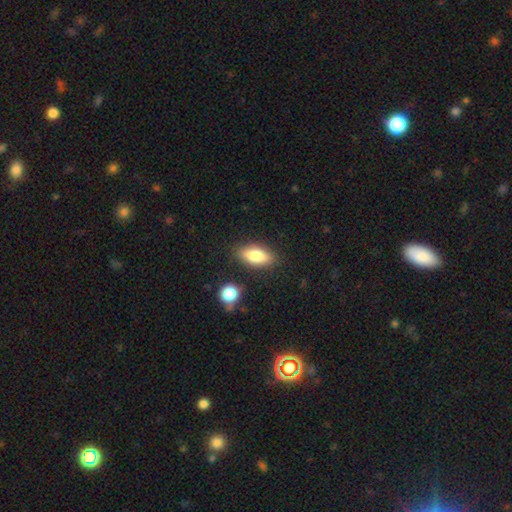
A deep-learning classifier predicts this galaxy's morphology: A smooth galaxy with no disk features (79%) that is in between round and cigar-shaped (82%).

Vote fractions:
- Smooth or featured? smooth: 79% / featured or disk: 14% / star or artifact: 7%
- How rounded? in between: 82% / cigar-shaped: 14% / round: 4%
- Merging? none: 83% / minor disturbance: 11% / merger: 4% / major disturbance: 3%